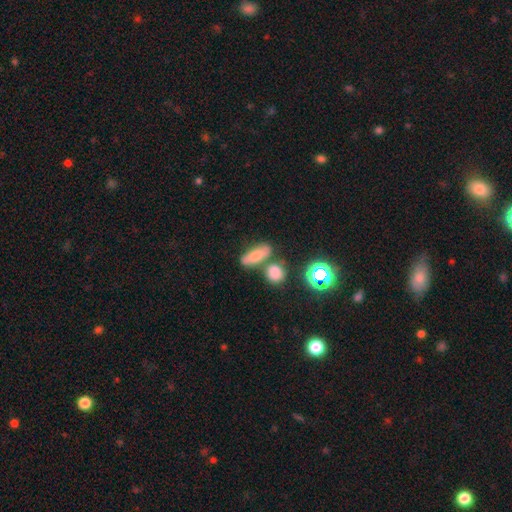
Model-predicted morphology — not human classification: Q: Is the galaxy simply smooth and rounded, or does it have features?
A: smooth — 72%.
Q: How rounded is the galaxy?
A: in between — 59%.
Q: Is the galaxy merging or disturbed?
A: none — 61%.